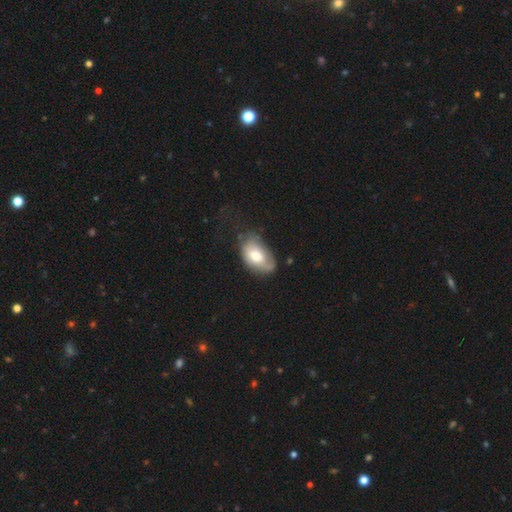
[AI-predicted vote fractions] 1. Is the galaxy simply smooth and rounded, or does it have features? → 62% smooth, 32% featured or disk, 6% star or artifact.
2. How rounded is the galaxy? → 92% in between, 7% round, 2% cigar-shaped.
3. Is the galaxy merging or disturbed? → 48% none, 33% minor disturbance, 16% major disturbance, 3% merger.